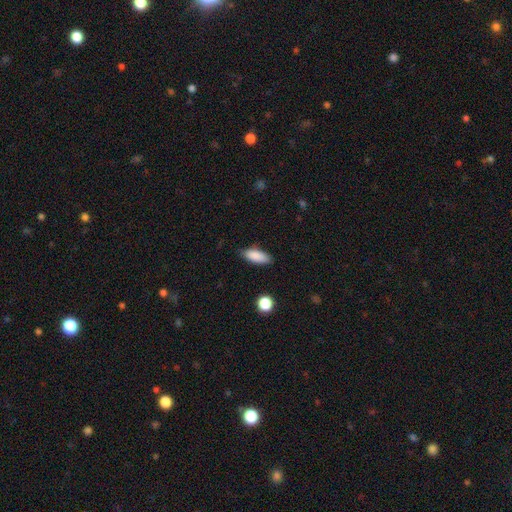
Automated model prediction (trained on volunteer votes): Smooth or featured? Predicted: smooth (p=0.87). How rounded? Predicted: in between (p=0.75). Merging? Predicted: none (p=0.82).